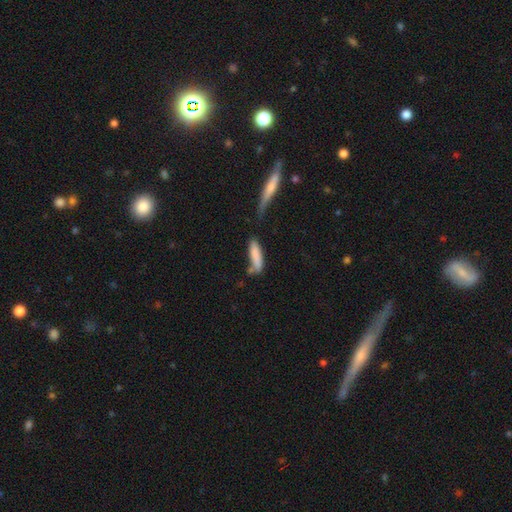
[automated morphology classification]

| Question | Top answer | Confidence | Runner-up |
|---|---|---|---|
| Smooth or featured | smooth | 81% | featured or disk (12%) |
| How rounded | cigar-shaped | 69% | in between (29%) |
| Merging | none | 51% | minor disturbance (24%) |